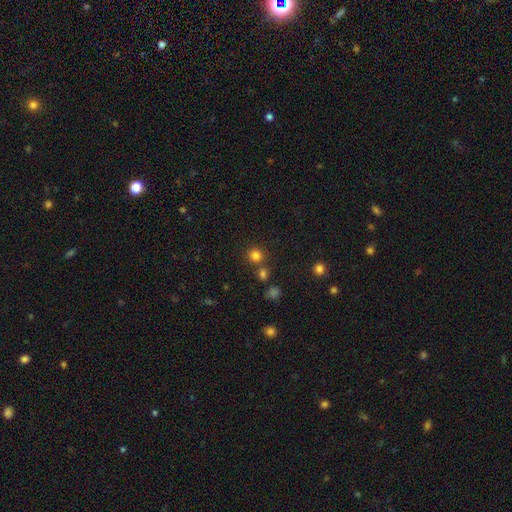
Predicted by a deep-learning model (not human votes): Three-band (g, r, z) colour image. It shows a smooth galaxy with no disk features (80%) that is round (91%). Merging: none (77%).